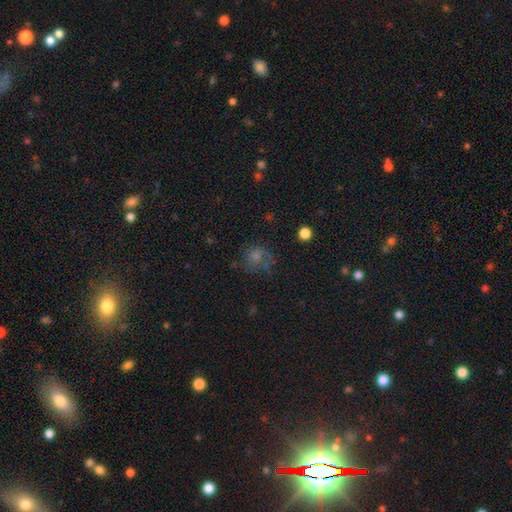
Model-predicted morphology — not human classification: Smooth or featured? Predicted: smooth (p=0.47). Merging? Predicted: none (p=0.58).